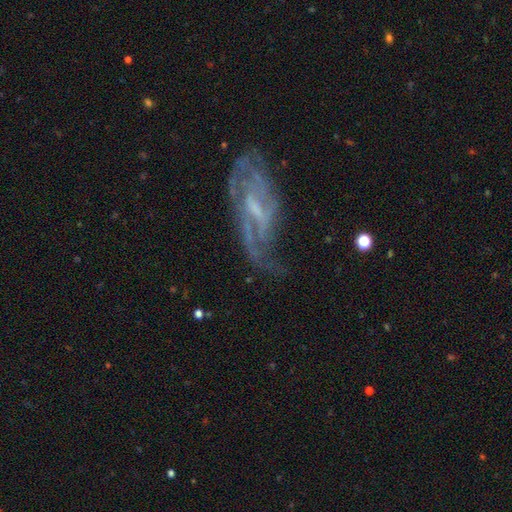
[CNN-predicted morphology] smooth_or_featured: featured or disk (p=0.80) [alt: smooth p=0.11]
disk_edge_on: no (p=0.89) [alt: yes p=0.11]
bar: weak (p=0.50) [alt: no p=0.28]
has_spiral_arms: yes (p=0.86) [alt: no p=0.14]
spiral_winding: medium (p=0.43) [alt: tight p=0.37]
spiral_arm_count: can't tell (p=0.37) [alt: 2 p=0.34]
bulge_size: small (p=0.52) [alt: moderate p=0.27]
merging: none (p=0.54) [alt: minor disturbance p=0.24]